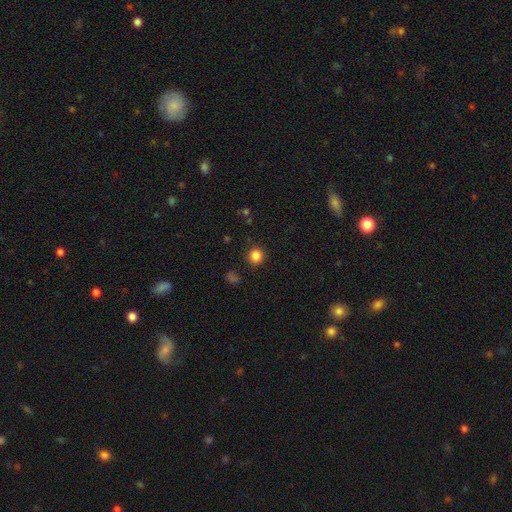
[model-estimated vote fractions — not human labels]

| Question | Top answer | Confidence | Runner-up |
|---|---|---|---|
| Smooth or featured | smooth | 84% | star or artifact (12%) |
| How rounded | round | 92% | in between (7%) |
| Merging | none | 90% | minor disturbance (7%) |